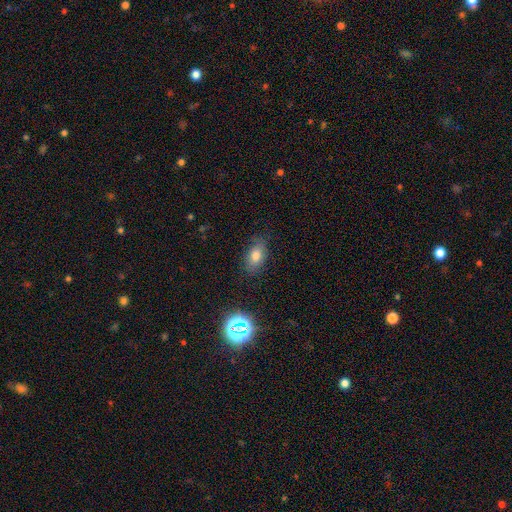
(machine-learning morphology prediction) Smooth or featured? smooth (75%)
How rounded? in between (88%)
Merging? none (80%)